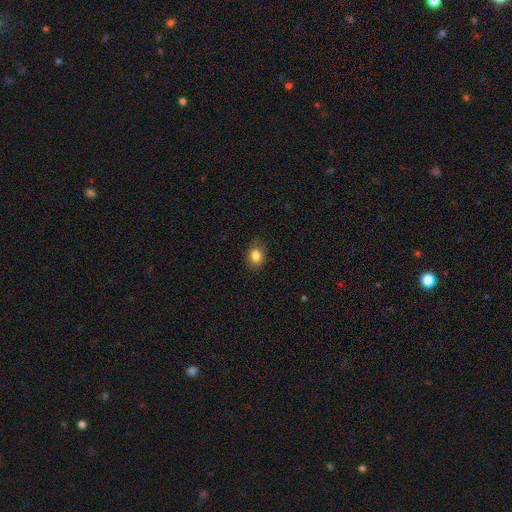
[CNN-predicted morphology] Smooth or featured? smooth (84%)
How rounded? in between (60%)
Merging? none (80%)